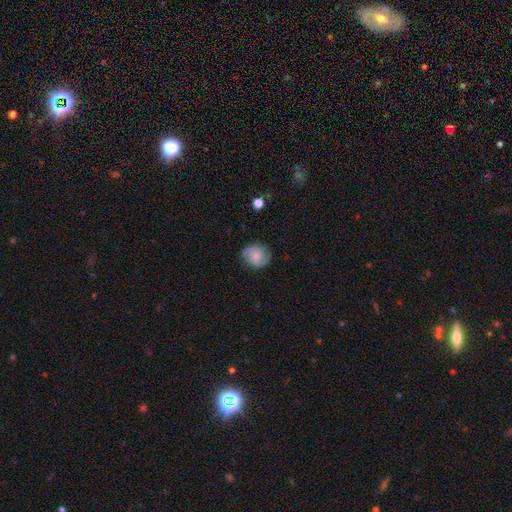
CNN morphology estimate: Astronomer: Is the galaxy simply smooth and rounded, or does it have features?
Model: featured or disk — 51% (runner-up: smooth, 41%).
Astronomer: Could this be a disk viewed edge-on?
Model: no — 97%.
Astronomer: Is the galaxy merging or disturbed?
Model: none — 76%.